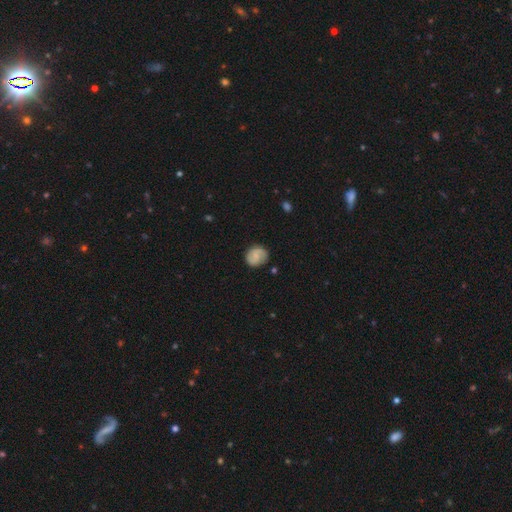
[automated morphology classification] A smooth galaxy with no disk features (51%) that is round (75%). Merging: none (78%).